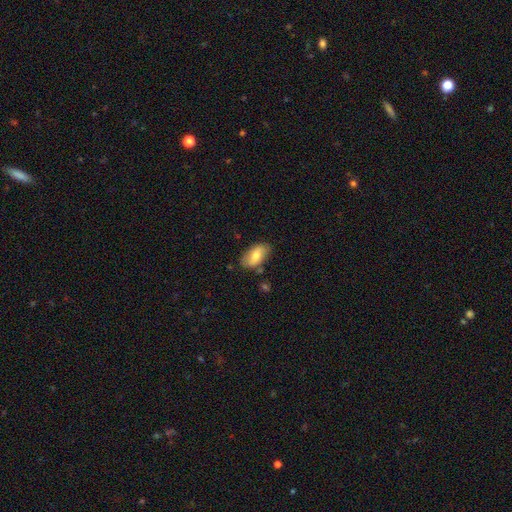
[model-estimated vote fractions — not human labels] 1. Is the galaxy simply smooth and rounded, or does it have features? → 71% smooth, 22% featured or disk, 7% star or artifact.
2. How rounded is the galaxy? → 92% in between, 4% round, 4% cigar-shaped.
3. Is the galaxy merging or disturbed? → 77% none, 17% minor disturbance, 3% merger, 3% major disturbance.